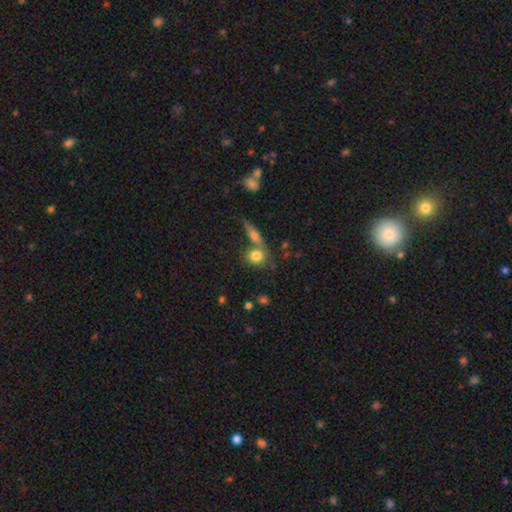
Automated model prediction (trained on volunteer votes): A smooth galaxy with no disk features (77%) that is round (62%).

Vote fractions:
- Smooth or featured? smooth: 77% / featured or disk: 13% / star or artifact: 9%
- How rounded? round: 62% / in between: 33% / cigar-shaped: 5%
- Merging? none: 48% / merger: 36% / minor disturbance: 11% / major disturbance: 5%